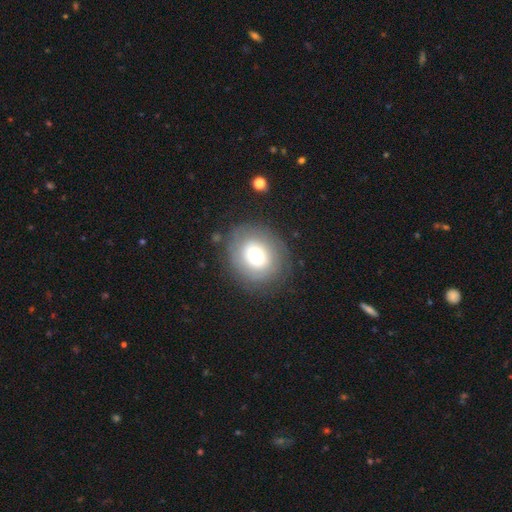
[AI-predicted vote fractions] smooth_or_featured: smooth (p=0.60) [alt: featured or disk p=0.31]
how_rounded: round (p=0.64) [alt: in between p=0.35]
merging: none (p=0.79) [alt: minor disturbance p=0.13]